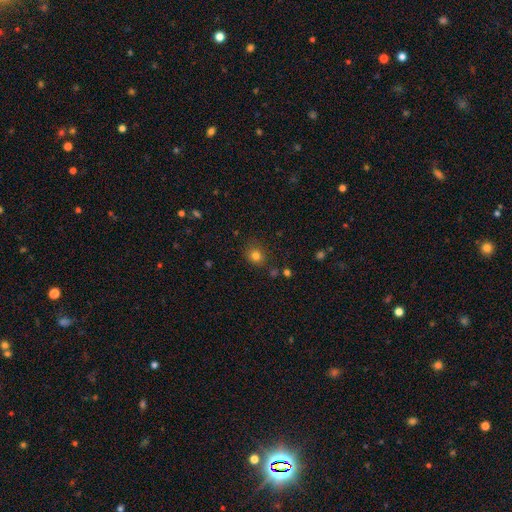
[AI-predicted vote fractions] Overall: smooth (80%). How rounded: round (78%). Merging: none (81%).